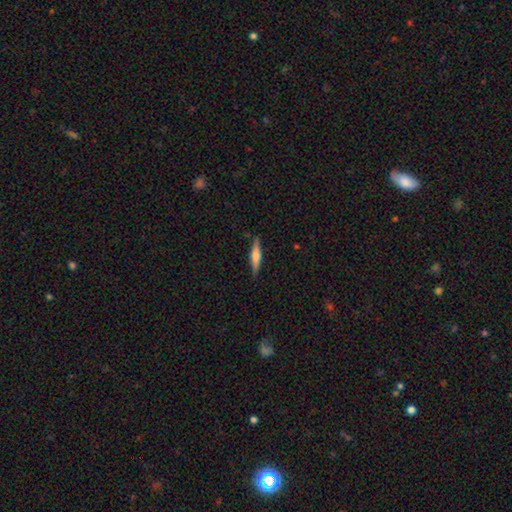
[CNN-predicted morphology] A smooth galaxy with no disk features (48%). Merging: none (87%).